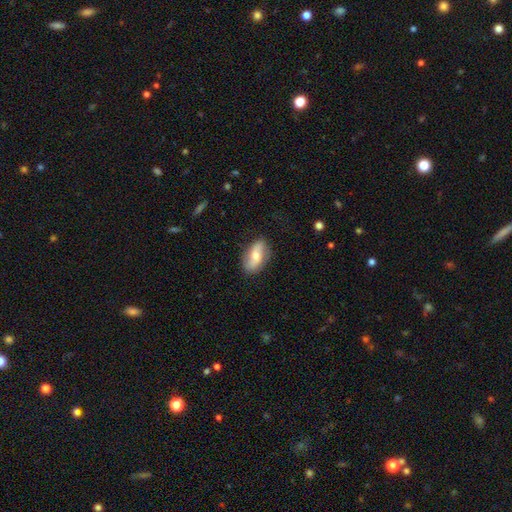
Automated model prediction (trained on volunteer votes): Smooth or featured? smooth (55%)
How rounded? in between (88%)
Merging? none (79%)